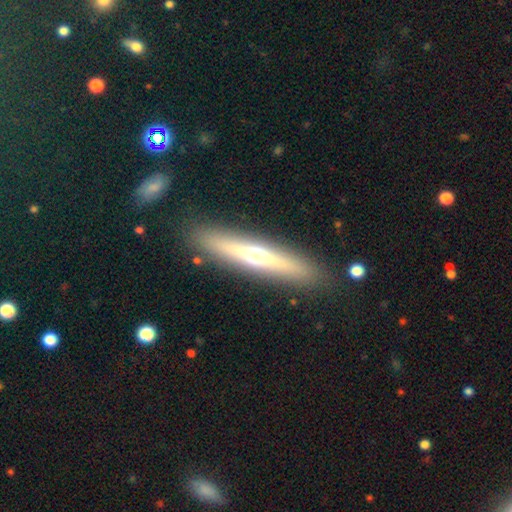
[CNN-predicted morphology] This appears to be a featured or disk galaxy (54%) viewed edge-on (90%). Merging: none (87%).